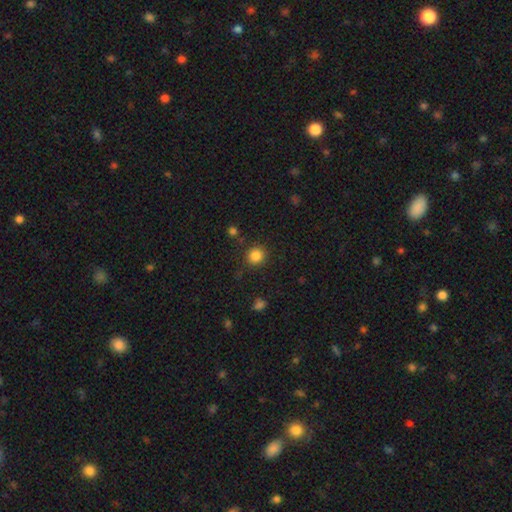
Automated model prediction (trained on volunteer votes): smooth-or-featured: smooth: 85% | star or artifact: 11% | featured or disk: 4%
  how-rounded: round: 90% | in between: 9% | cigar-shaped: 1%
  merging: none: 85% | minor disturbance: 9% | major disturbance: 3% | merger: 3%